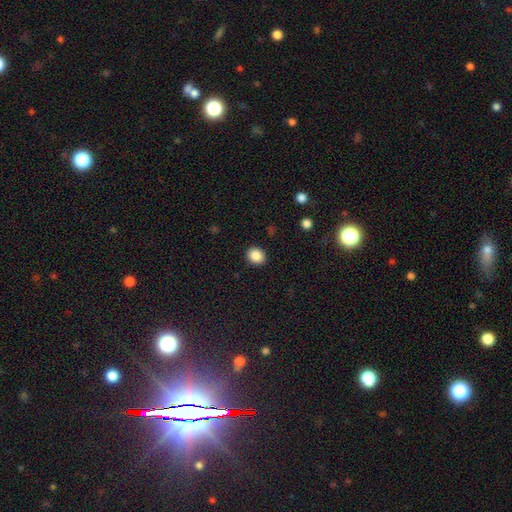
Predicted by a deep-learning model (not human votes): Smooth or featured: smooth — 87% (star or artifact — 9%)
How rounded: round — 64% (in between — 35%)
Merging: none — 90% (minor disturbance — 7%)